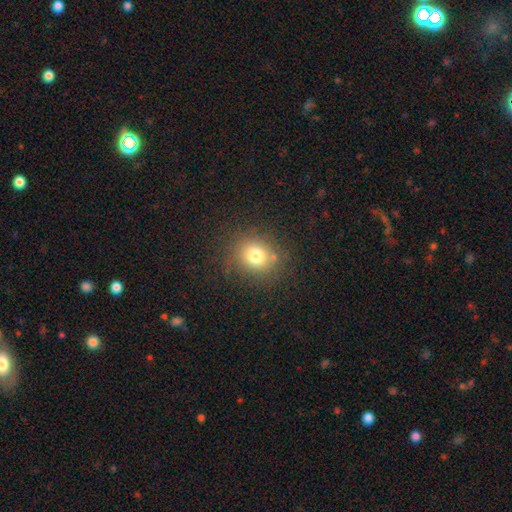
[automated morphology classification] A smooth galaxy with no disk features (75%) that is round (79%). Merging: none (82%).